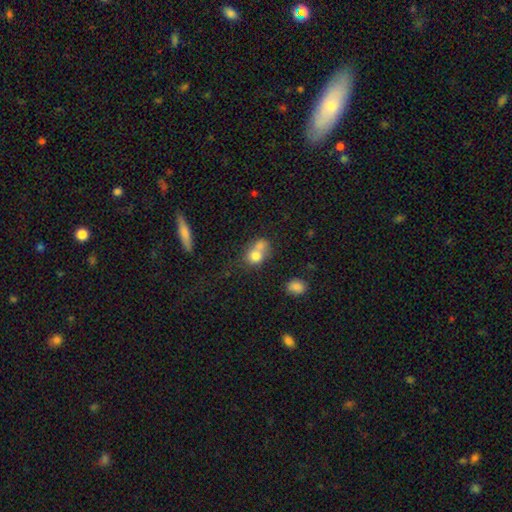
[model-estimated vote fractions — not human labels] Smooth or featured? smooth (74%)
How rounded? round (64%)
Merging? merger (59%)